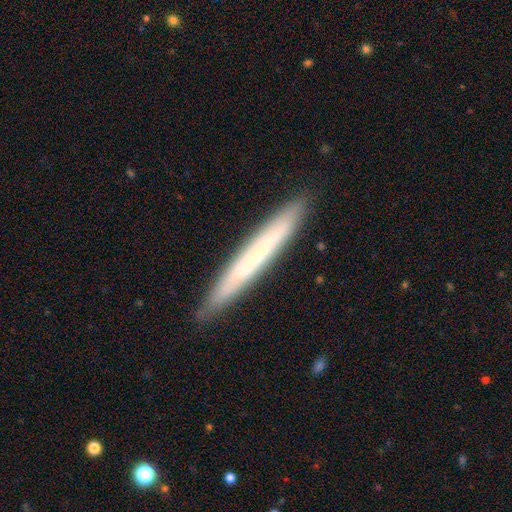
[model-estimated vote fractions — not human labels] smooth 52%, featured or disk 41%, star or artifact 6%. Down the decision tree: how rounded — cigar-shaped (96%); merging — none (90%).